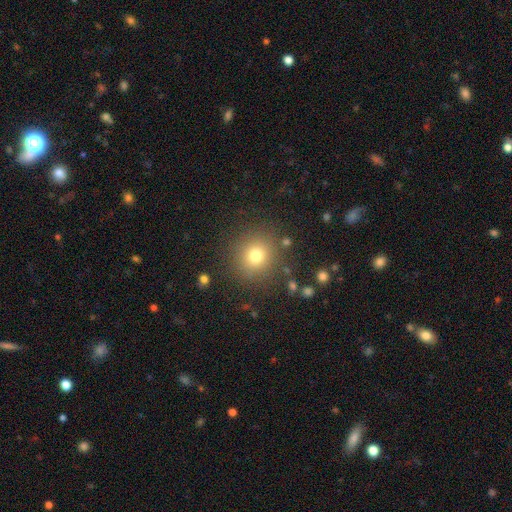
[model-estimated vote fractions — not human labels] Smooth or featured? Predicted: smooth (p=0.74). How rounded? Predicted: round (p=0.91). Merging? Predicted: none (p=0.86).